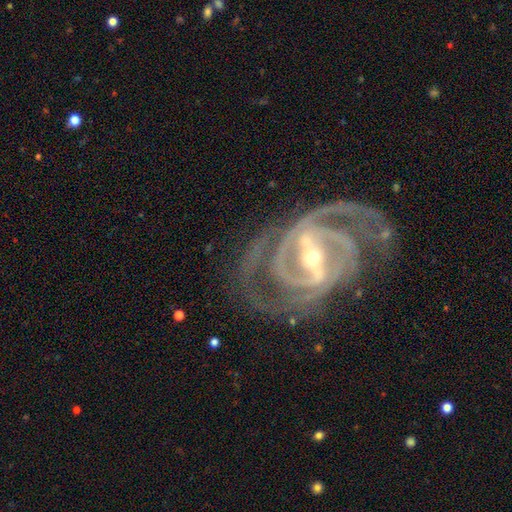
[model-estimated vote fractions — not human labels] Q: Smooth or featured?
A: featured or disk (93%); runner-up: star or artifact (4%)
Q: Edge-on disk?
A: no (97%); runner-up: yes (3%)
Q: Bar?
A: strong (74%); runner-up: weak (20%)
Q: Spiral arms?
A: yes (98%); runner-up: no (2%)
Q: Spiral winding?
A: tight (48%); runner-up: medium (44%)
Q: Spiral arm count?
A: 2 (39%); runner-up: 3 (27%)
Q: Bulge size?
A: small (57%); runner-up: moderate (39%)
Q: Merging?
A: none (65%); runner-up: minor disturbance (17%)